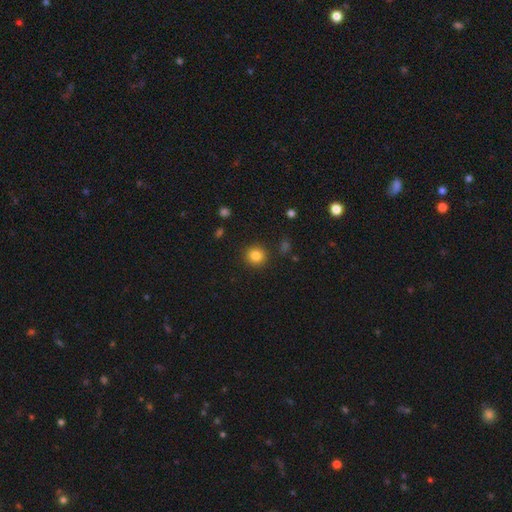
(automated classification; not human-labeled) This is clearly a smooth galaxy (83%). How rounded: clearly round (91%). Merging: clearly none (90%).